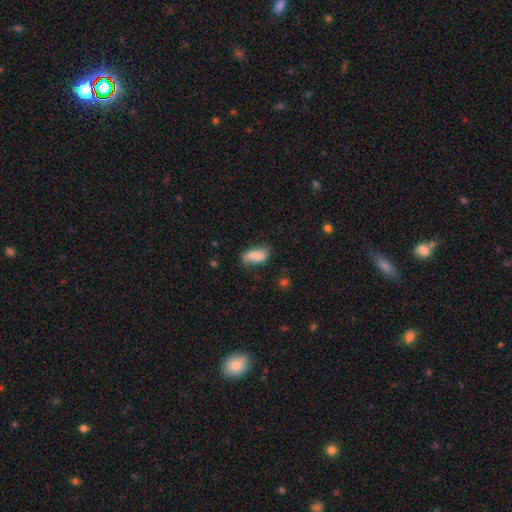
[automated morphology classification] smooth 76%, featured or disk 16%, star or artifact 8%. Down the decision tree: how rounded — in between (91%); merging — none (52%).